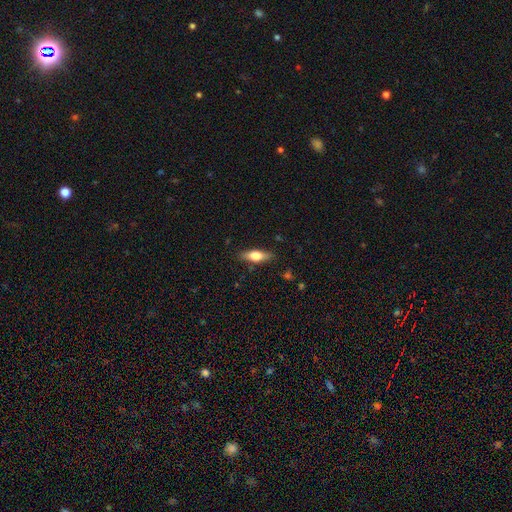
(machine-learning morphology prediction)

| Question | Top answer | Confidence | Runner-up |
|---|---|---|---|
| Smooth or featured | smooth | 59% | featured or disk (35%) |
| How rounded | in between | 58% | cigar-shaped (38%) |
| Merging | none | 85% | minor disturbance (11%) |